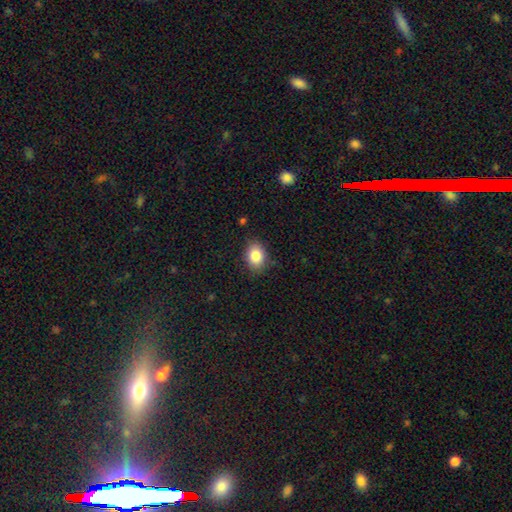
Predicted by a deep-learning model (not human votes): smooth_or_featured: smooth (p=0.84) [alt: star or artifact p=0.09]
how_rounded: in between (p=0.68) [alt: round p=0.31]
merging: none (p=0.84) [alt: minor disturbance p=0.12]